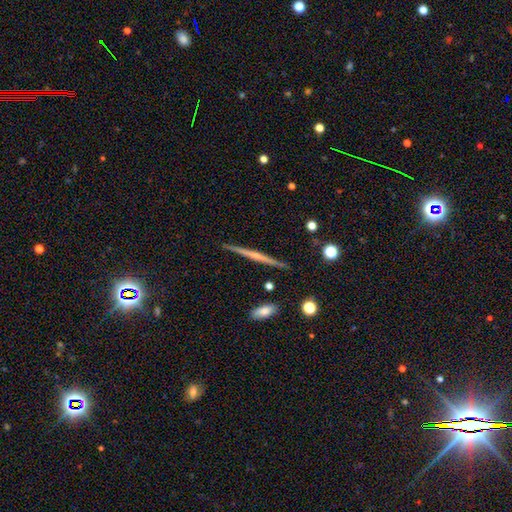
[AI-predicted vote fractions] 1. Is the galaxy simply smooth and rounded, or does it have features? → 67% featured or disk, 26% smooth, 7% star or artifact.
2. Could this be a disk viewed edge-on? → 98% yes, 2% no.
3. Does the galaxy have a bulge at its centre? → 53% none, 38% rounded, 9% boxy.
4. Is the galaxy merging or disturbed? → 91% none, 6% minor disturbance, 1% merger, 1% major disturbance.